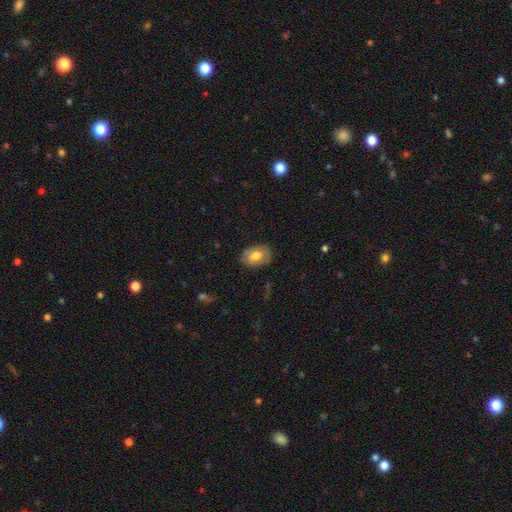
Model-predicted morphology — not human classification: Smooth or featured?
  - smooth: 73% *
  - featured or disk: 19%
  - star or artifact: 7%
How rounded?
  - in between: 81% *
  - round: 18%
  - cigar-shaped: 1%
Merging?
  - none: 82% *
  - minor disturbance: 14%
  - major disturbance: 3%
  - merger: 1%